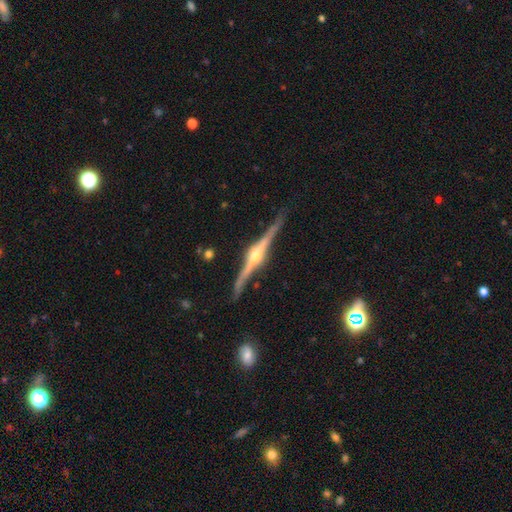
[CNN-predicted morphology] Smooth or featured? Predicted: featured or disk (p=0.90). Edge-on disk? Predicted: yes (p=0.98). Edge-on bulge? Predicted: rounded (p=0.91). Merging? Predicted: none (p=0.86).